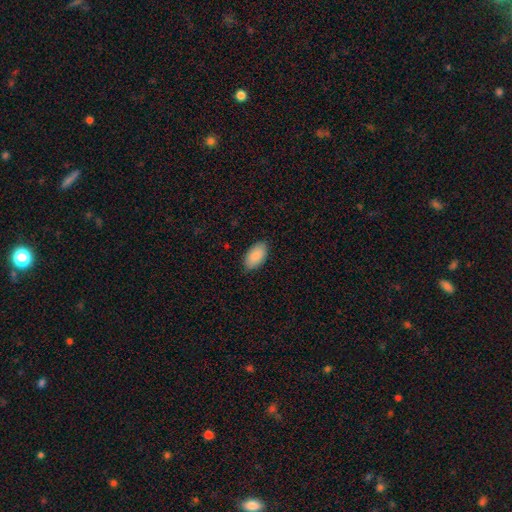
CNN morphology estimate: Smooth or featured? smooth (89%)
How rounded? in between (96%)
Merging? none (85%)